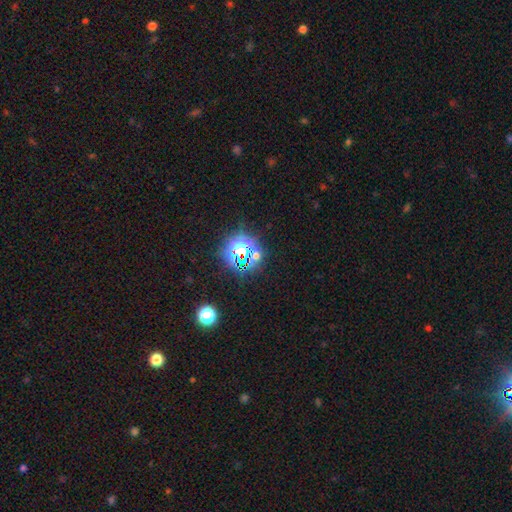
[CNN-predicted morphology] smooth_or_featured: star or artifact (p=0.73) [alt: smooth p=0.18]